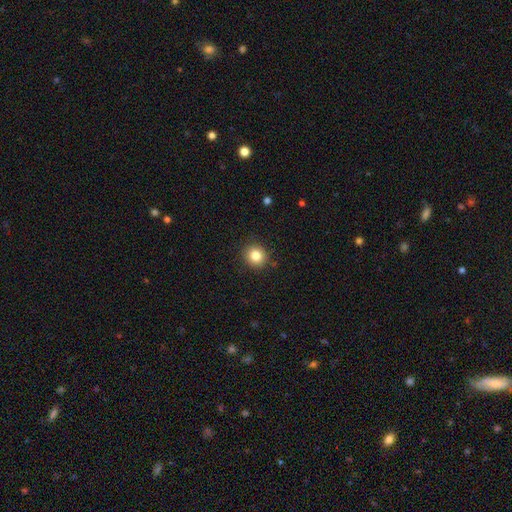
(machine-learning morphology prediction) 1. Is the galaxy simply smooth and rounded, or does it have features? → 83% smooth, 11% star or artifact, 6% featured or disk.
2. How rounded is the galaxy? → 89% round, 10% in between, 1% cigar-shaped.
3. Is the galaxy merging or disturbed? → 90% none, 7% minor disturbance, 2% major disturbance, 1% merger.